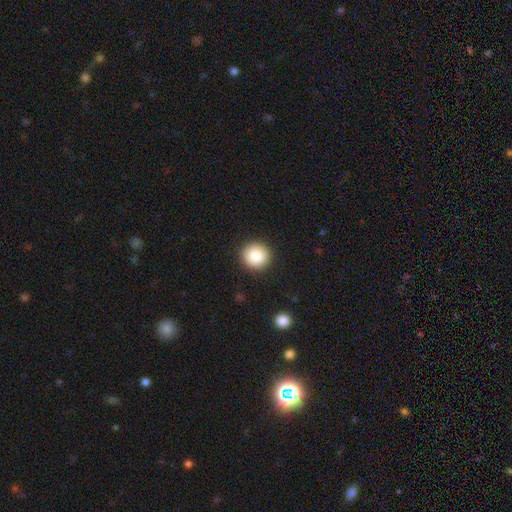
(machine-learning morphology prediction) A smooth galaxy with no disk features (87%) that is round (93%).

Vote fractions:
- Smooth or featured? smooth: 87% / star or artifact: 8% / featured or disk: 4%
- How rounded? round: 93% / in between: 6% / cigar-shaped: 1%
- Merging? none: 92% / minor disturbance: 6% / major disturbance: 2% / merger: 1%